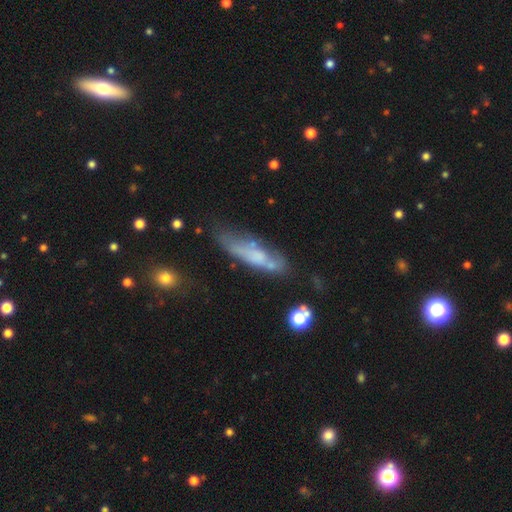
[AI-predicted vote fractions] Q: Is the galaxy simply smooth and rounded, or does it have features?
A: smooth — 49%.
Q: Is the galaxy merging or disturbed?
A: none — 45%.